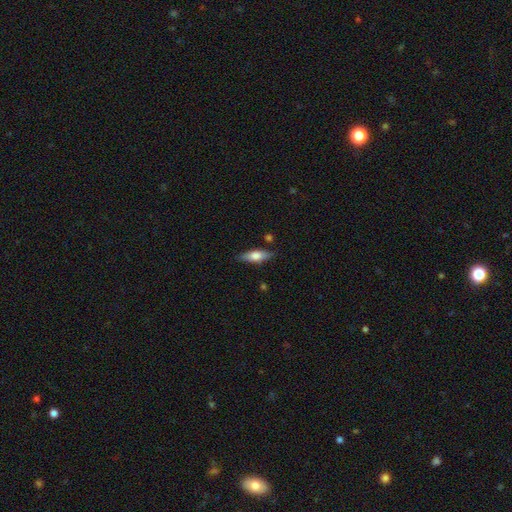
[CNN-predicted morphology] A smooth galaxy with no disk features (63%) that is in between round and cigar-shaped (58%).

Vote fractions:
- Smooth or featured? smooth: 63% / featured or disk: 31% / star or artifact: 6%
- How rounded? in between: 58% / cigar-shaped: 39% / round: 3%
- Merging? none: 83% / minor disturbance: 12% / major disturbance: 3% / merger: 2%